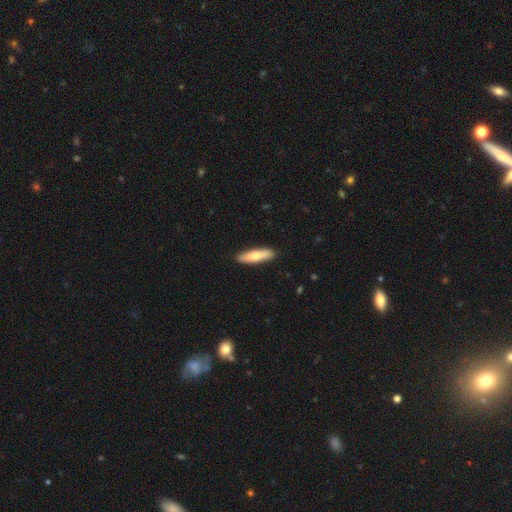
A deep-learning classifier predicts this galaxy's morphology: A smooth galaxy with no disk features (73%) that is cigar-shaped (69%). Merging: none (89%).